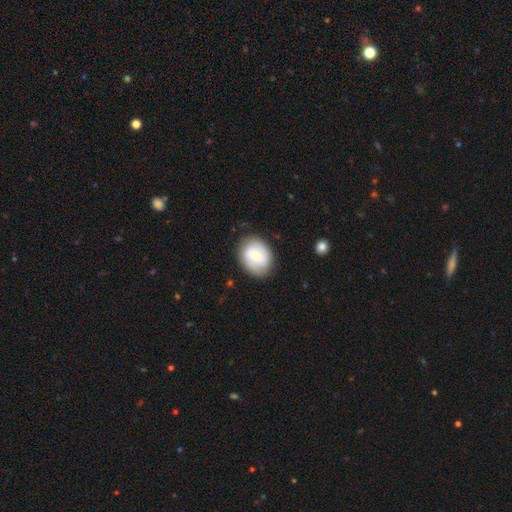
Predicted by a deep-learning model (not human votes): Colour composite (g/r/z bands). It shows a smooth galaxy with no disk features (61%) that is round (51%). Merging: none (81%).